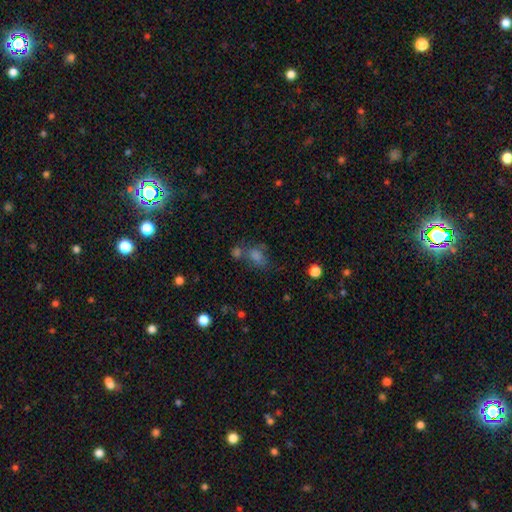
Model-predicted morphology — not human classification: Smooth or featured?
  - smooth: 51% *
  - star or artifact: 35%
  - featured or disk: 14%
How rounded?
  - in between: 57% *
  - round: 40%
  - cigar-shaped: 3%
Merging?
  - none: 52% *
  - merger: 22%
  - minor disturbance: 16%
  - major disturbance: 10%